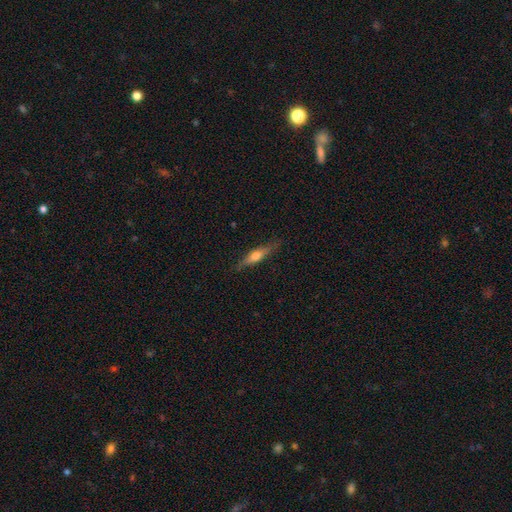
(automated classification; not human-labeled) Smooth or featured? featured or disk (52%)
Edge-on disk? yes (92%)
Merging? none (82%)